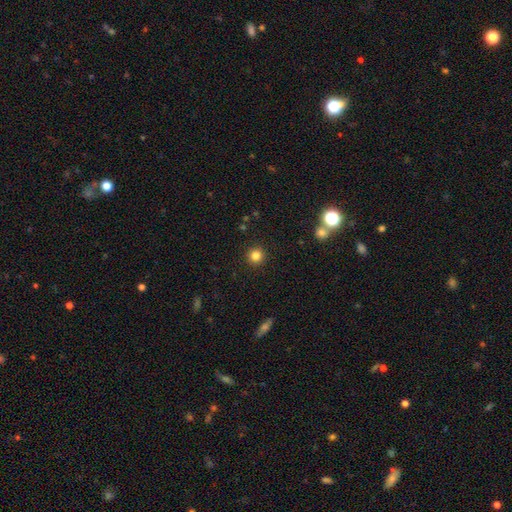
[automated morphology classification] This is clearly a smooth galaxy (83%). How rounded: clearly round (95%). Merging: clearly none (92%).